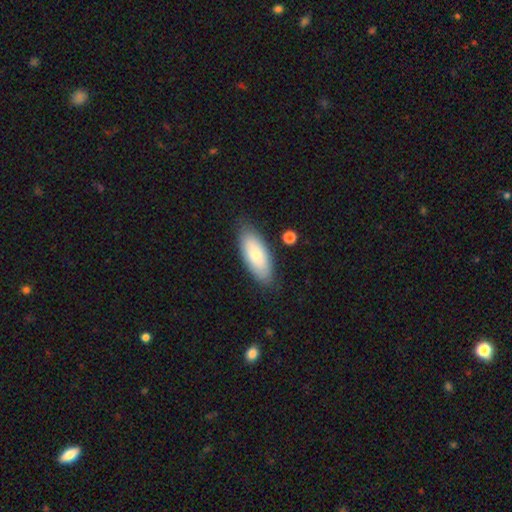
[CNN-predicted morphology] A smooth galaxy with no disk features (74%) that is in between round and cigar-shaped (84%).

Vote fractions:
- Smooth or featured? smooth: 74% / featured or disk: 20% / star or artifact: 6%
- How rounded? in between: 84% / cigar-shaped: 13% / round: 2%
- Merging? none: 81% / minor disturbance: 14% / major disturbance: 3% / merger: 2%